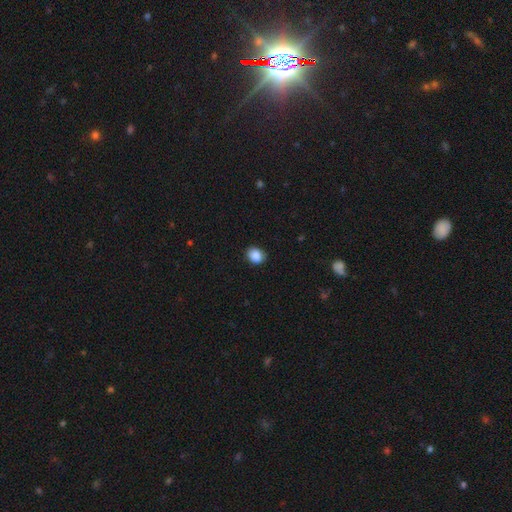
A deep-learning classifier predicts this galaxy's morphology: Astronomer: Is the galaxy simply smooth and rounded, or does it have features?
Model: smooth — 87%.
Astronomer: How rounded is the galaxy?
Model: round — 51% (runner-up: in between, 48%).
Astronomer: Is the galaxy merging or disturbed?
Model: none — 85%.